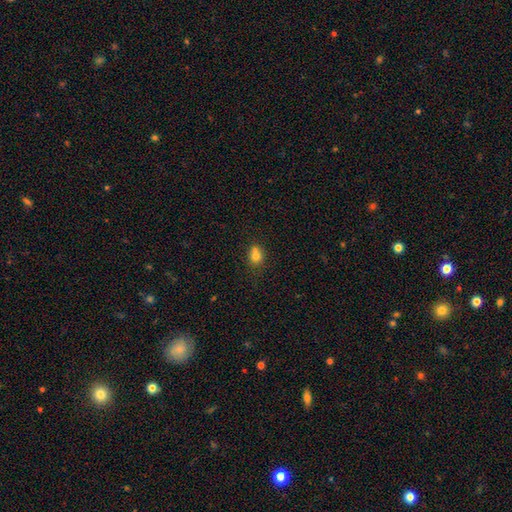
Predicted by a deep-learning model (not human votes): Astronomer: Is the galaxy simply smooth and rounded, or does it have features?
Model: smooth — 75%.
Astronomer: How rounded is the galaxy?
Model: round — 71%.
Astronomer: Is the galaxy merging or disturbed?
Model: none — 45% (runner-up: merger, 41%).